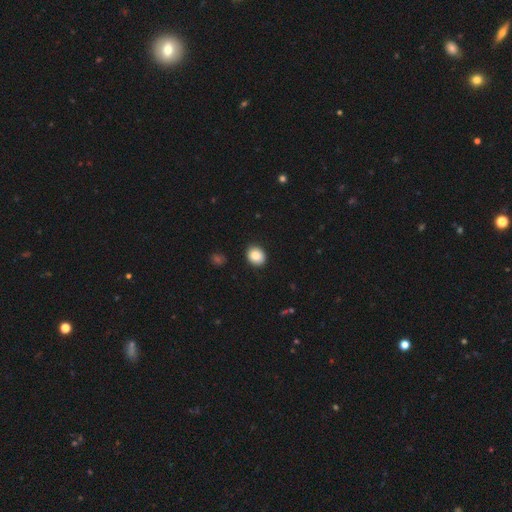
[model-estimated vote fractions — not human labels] A smooth galaxy with no disk features (87%) that is round (61%).

Vote fractions:
- Smooth or featured? smooth: 87% / star or artifact: 8% / featured or disk: 5%
- How rounded? round: 61% / in between: 38% / cigar-shaped: 1%
- Merging? none: 90% / minor disturbance: 7% / major disturbance: 2% / merger: 1%